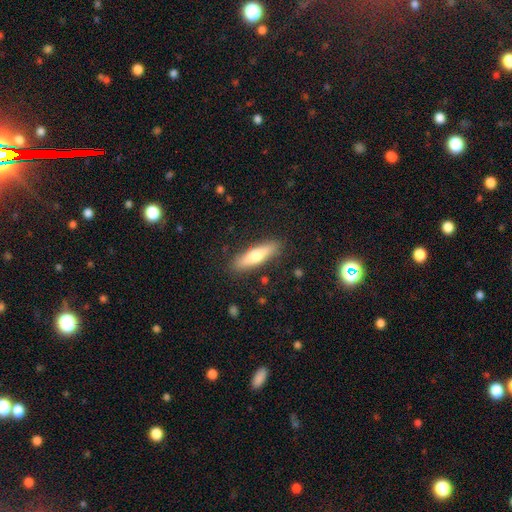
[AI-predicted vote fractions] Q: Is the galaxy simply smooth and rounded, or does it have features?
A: smooth — 64%.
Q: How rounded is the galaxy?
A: cigar-shaped — 69%.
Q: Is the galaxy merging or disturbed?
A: none — 87%.